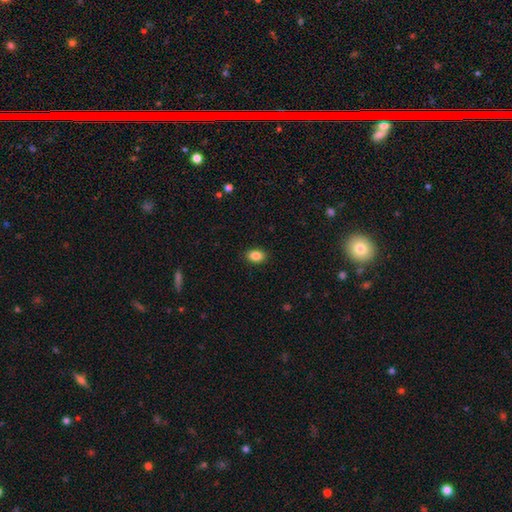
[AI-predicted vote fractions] This is clearly a smooth galaxy (87%). How rounded: clearly in between (80%). Merging: clearly none (90%).